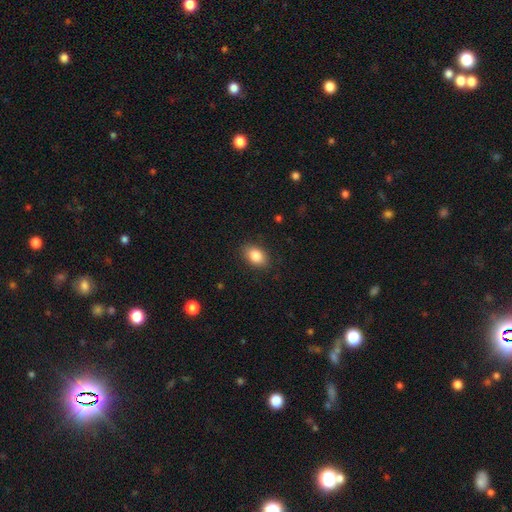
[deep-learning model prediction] smooth-or-featured: smooth: 85% | star or artifact: 8% | featured or disk: 7%
  how-rounded: in between: 84% | round: 15% | cigar-shaped: 1%
  merging: none: 87% | minor disturbance: 10% | major disturbance: 3% | merger: 1%